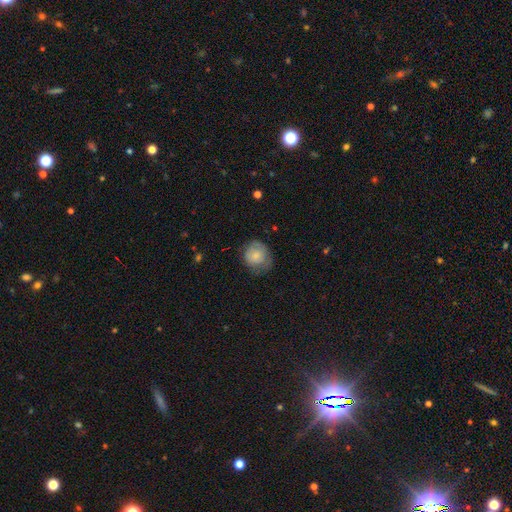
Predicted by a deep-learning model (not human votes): Morphology: type=smooth (74%); roundness=round (79%); merging=none (56%).